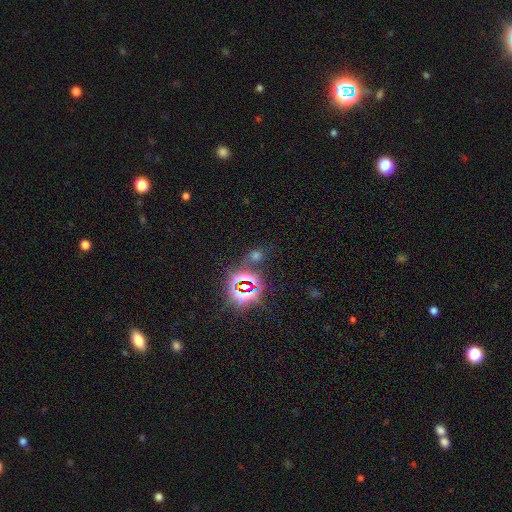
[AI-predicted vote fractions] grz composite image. It shows a star or artifact, not a galaxy (62%).